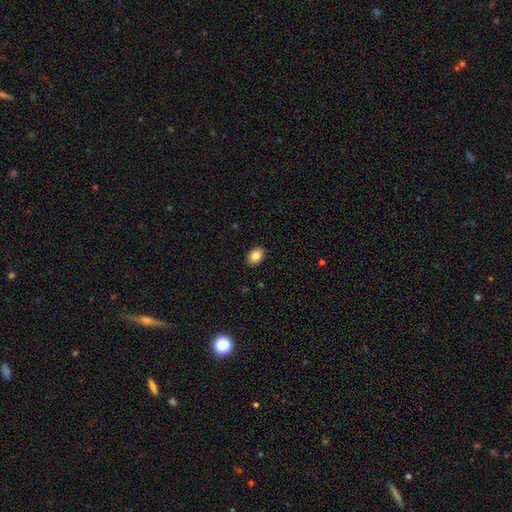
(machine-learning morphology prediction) smooth 84%, star or artifact 8%, featured or disk 8%. Down the decision tree: how rounded — in between (73%); merging — none (91%).